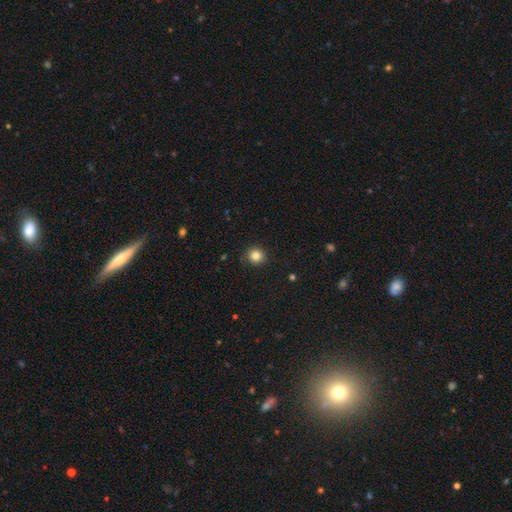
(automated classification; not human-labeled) smooth-or-featured: smooth: 84% | star or artifact: 11% | featured or disk: 5%
  how-rounded: round: 93% | in between: 6% | cigar-shaped: 1%
  merging: none: 90% | minor disturbance: 7% | major disturbance: 2% | merger: 1%